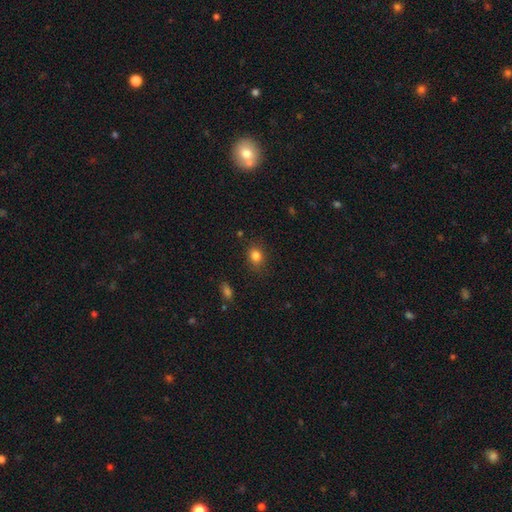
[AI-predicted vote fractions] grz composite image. It shows a smooth galaxy with no disk features (83%) that is round (58%). Merging: none (82%).